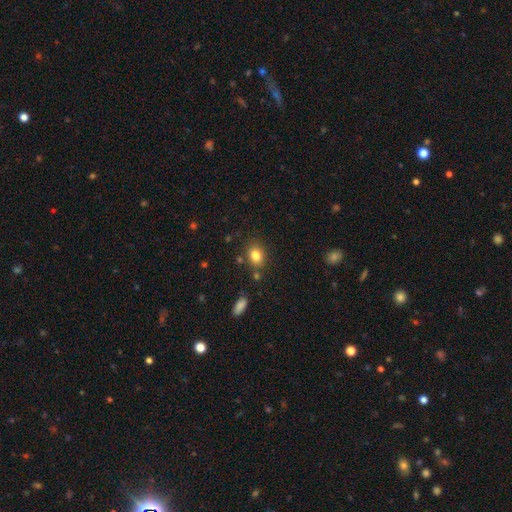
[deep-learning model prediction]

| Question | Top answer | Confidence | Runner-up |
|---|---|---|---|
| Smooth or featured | smooth | 83% | star or artifact (10%) |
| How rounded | in between | 61% | round (38%) |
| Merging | none | 78% | minor disturbance (12%) |